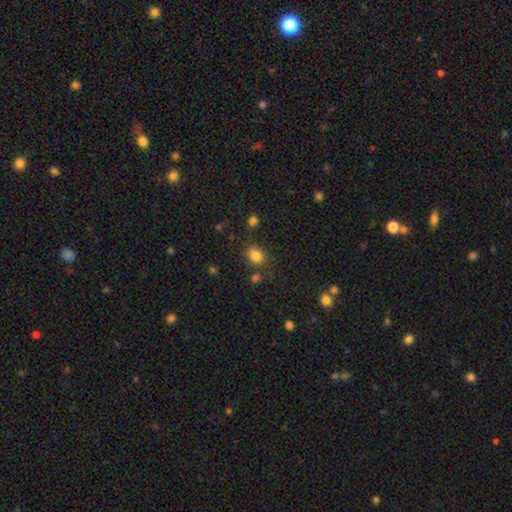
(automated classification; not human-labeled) A smooth galaxy with no disk features (82%) that is in between round and cigar-shaped (58%). Merging: none (72%).